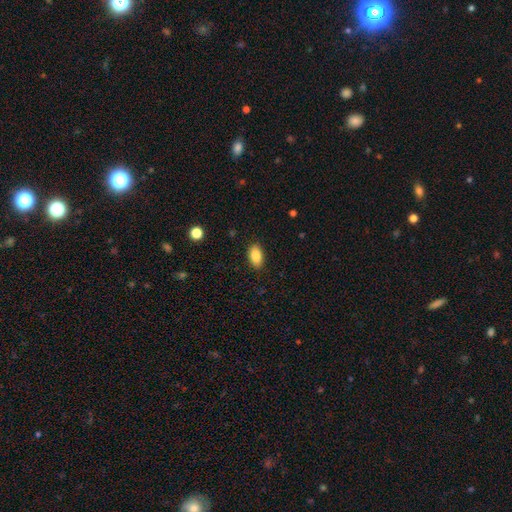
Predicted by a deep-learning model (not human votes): smooth 87%, star or artifact 8%, featured or disk 6%. Down the decision tree: how rounded — in between (92%); merging — none (88%).